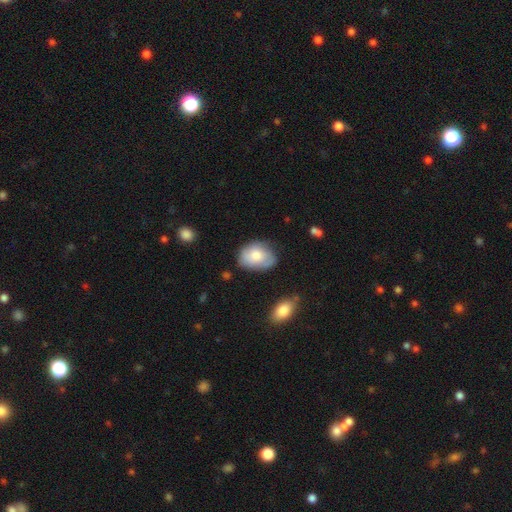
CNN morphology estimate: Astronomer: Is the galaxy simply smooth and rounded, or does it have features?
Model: smooth — 68%.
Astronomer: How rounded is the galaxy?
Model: in between — 72%.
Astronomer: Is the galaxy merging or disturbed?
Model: none — 66%.